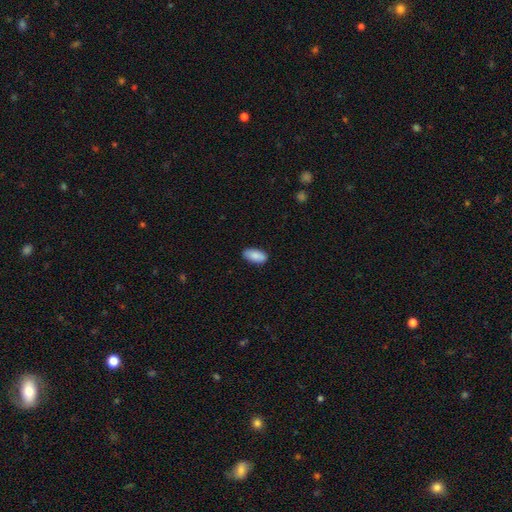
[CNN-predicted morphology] This appears to be a smooth galaxy with no disk features (88%) that is in between round and cigar-shaped (92%). Merging: none (87%).